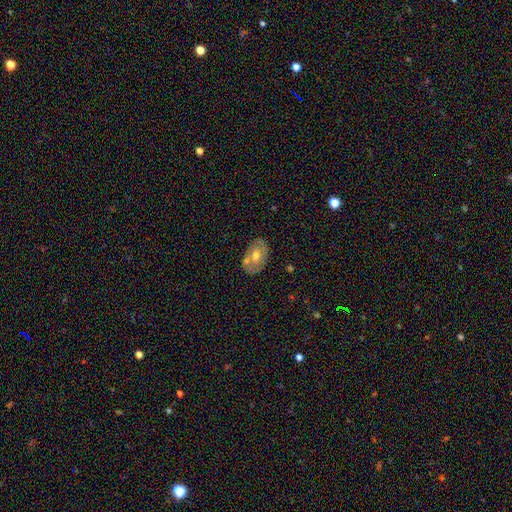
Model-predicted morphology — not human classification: smooth_or_featured: featured or disk (p=0.47) [alt: smooth p=0.45]
merging: none (p=0.65) [alt: minor disturbance p=0.17]